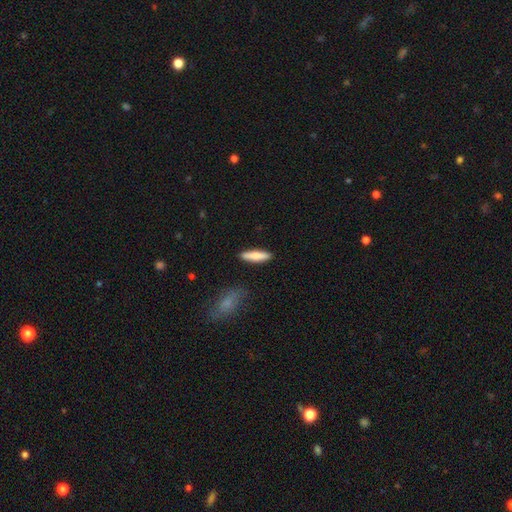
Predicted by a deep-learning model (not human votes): A smooth galaxy with no disk features (78%) that is cigar-shaped (77%). Merging: none (89%).